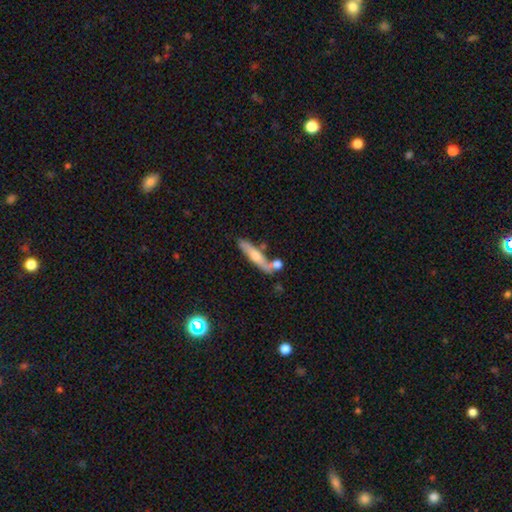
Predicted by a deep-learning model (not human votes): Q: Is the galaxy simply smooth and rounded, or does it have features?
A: featured or disk — 57%.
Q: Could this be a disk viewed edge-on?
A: yes — 84%.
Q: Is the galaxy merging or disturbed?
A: none — 65%.